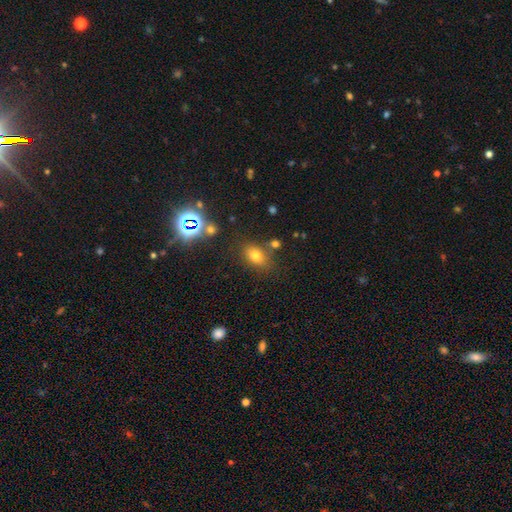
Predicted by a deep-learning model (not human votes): smooth-or-featured: smooth: 72% | star or artifact: 18% | featured or disk: 10%
  how-rounded: in between: 73% | round: 25% | cigar-shaped: 2%
  merging: none: 73% | minor disturbance: 13% | merger: 9% | major disturbance: 5%